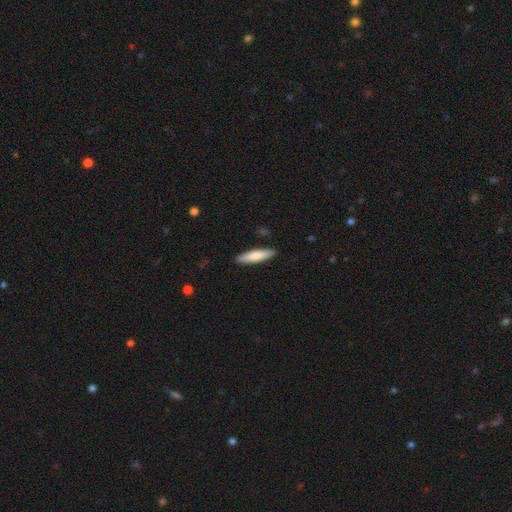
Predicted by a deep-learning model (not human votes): This appears to be a smooth galaxy with no disk features (75%) that is cigar-shaped (81%). Merging: none (90%).